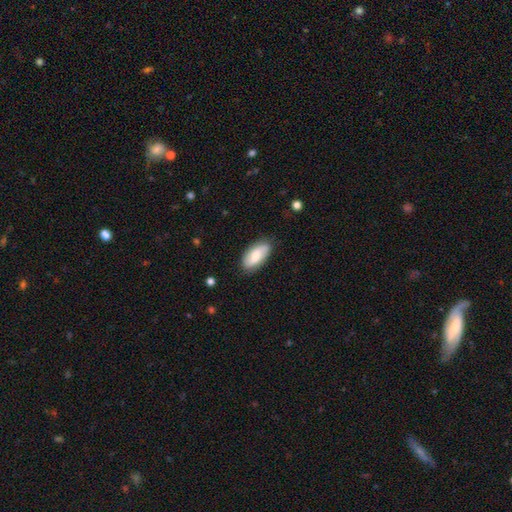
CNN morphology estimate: type=smooth (61%); roundness=in between (90%); merging=none (81%).